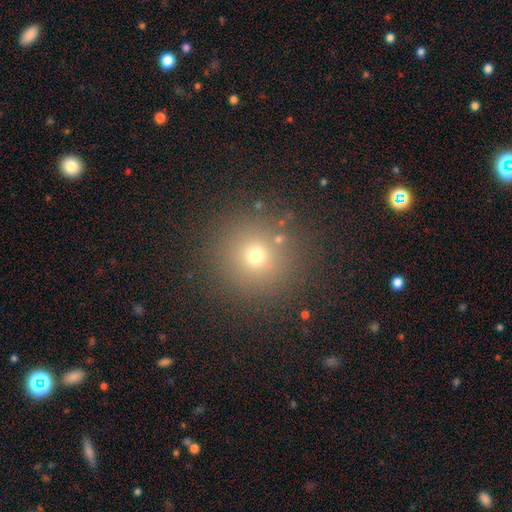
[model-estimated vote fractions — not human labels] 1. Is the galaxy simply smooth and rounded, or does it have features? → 68% smooth, 22% star or artifact, 9% featured or disk.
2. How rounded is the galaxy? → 94% round, 5% in between, 1% cigar-shaped.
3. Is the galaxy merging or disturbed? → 88% none, 6% minor disturbance, 3% major disturbance, 2% merger.